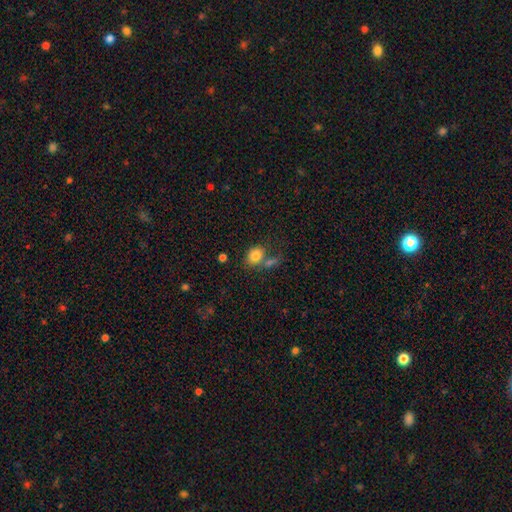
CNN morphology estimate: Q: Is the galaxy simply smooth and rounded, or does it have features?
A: smooth — 82%.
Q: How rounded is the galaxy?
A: in between — 56%.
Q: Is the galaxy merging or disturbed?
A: none — 50%.